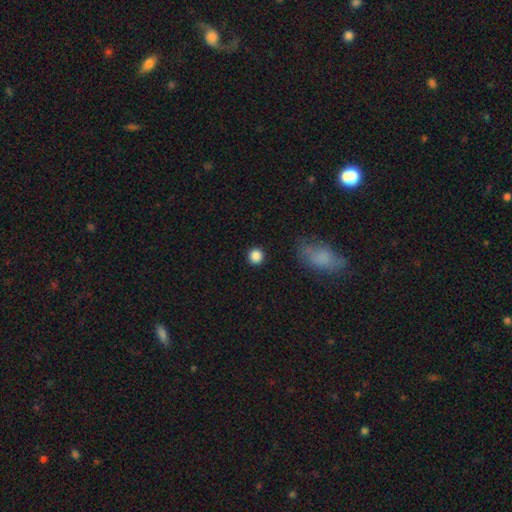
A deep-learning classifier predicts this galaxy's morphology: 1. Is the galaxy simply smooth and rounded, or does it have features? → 86% smooth, 10% star or artifact, 4% featured or disk.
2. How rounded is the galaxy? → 93% round, 6% in between, 1% cigar-shaped.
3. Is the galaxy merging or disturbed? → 90% none, 6% minor disturbance, 2% major disturbance, 2% merger.